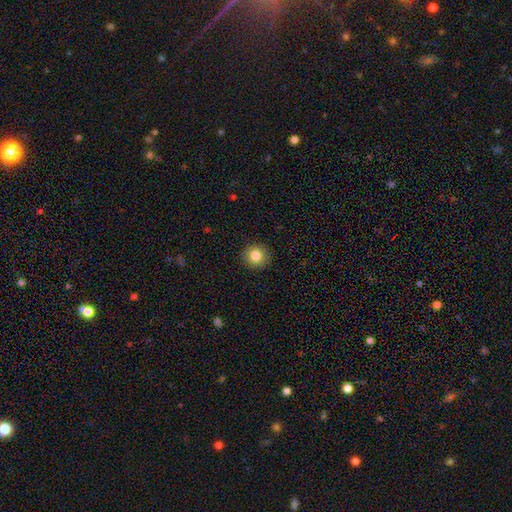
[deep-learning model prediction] This is clearly a smooth galaxy (83%). How rounded: clearly round (93%). Merging: clearly none (92%).